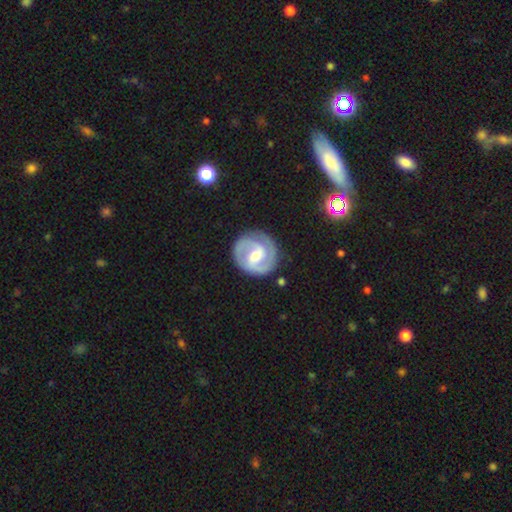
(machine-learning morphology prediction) This is clearly a featured or disk galaxy (86%). It is clearly not viewed edge-on (98%). Bar: possibly weak (50%). Spiral arm pattern: clearly yes (96%). Spiral arm count: clearly 2 (83%). Spiral winding: possibly tight (56%). Central bulge: likely moderate (66%). Merging: clearly none (84%).